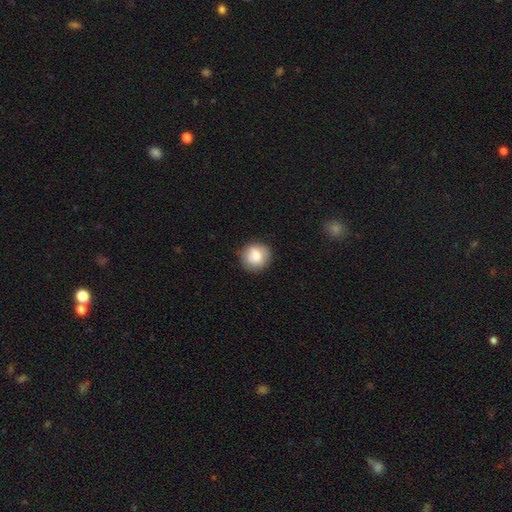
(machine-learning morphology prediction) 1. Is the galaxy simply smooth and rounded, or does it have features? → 80% smooth, 12% featured or disk, 8% star or artifact.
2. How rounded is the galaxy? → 89% round, 10% in between, 1% cigar-shaped.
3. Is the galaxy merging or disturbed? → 82% none, 13% minor disturbance, 3% major disturbance, 2% merger.